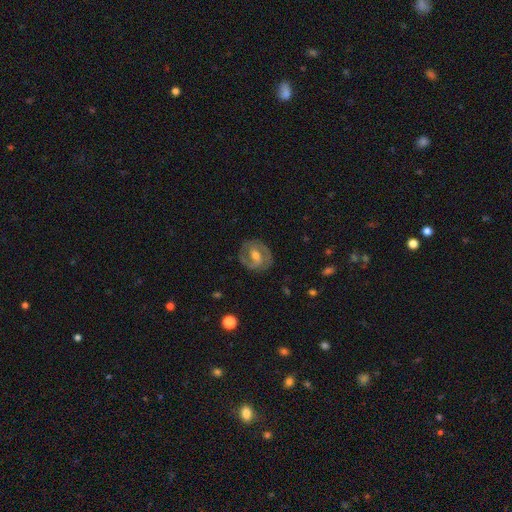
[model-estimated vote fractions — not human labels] Smooth or featured?
  - featured or disk: 77% *
  - smooth: 17%
  - star or artifact: 6%
Edge-on disk?
  - no: 97% *
  - yes: 3%
Bar?
  - weak: 48% *
  - strong: 31%
  - no: 21%
Spiral arms?
  - yes: 87% *
  - no: 13%
Spiral winding?
  - medium: 46% *
  - tight: 40%
  - loose: 13%
Spiral arm count?
  - 2: 84% *
  - can't tell: 8%
  - 1: 4%
  - 3: 2%
  - 4: 1%
  - more than 4: 1%
Bulge size?
  - moderate: 63% *
  - small: 28%
  - large: 6%
  - none: 2%
  - dominant: 1%
Merging?
  - none: 80% *
  - minor disturbance: 13%
  - major disturbance: 5%
  - merger: 1%